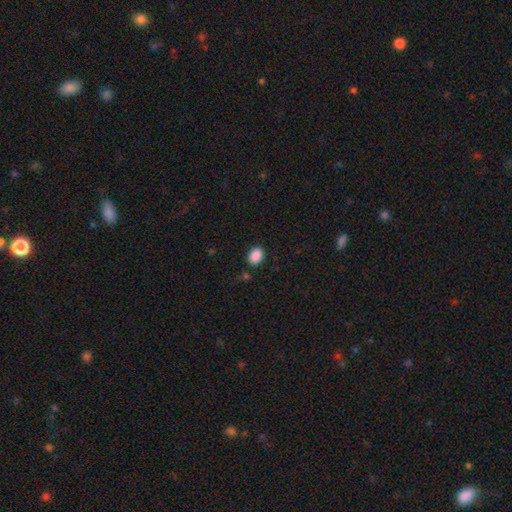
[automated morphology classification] This is clearly a smooth galaxy (88%). How rounded: likely in between (67%). Merging: clearly none (85%).